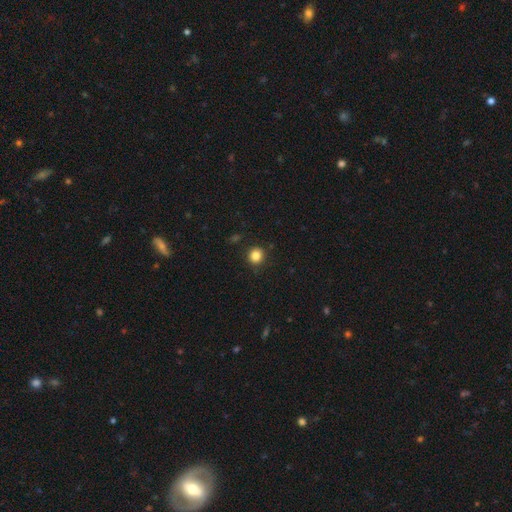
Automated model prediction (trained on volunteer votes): This is clearly a smooth galaxy (84%). How rounded: clearly round (91%). Merging: clearly none (90%).